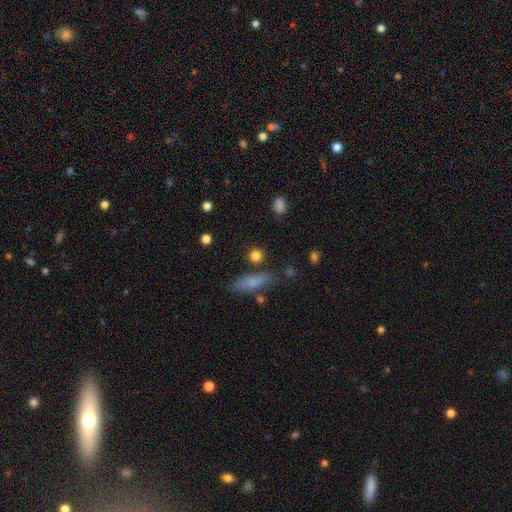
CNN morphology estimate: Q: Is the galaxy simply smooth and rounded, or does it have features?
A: smooth — 83%.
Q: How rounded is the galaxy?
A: round — 78%.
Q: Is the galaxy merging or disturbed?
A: none — 80%.